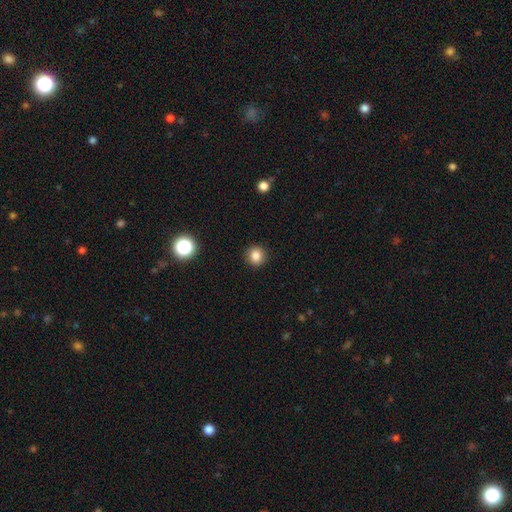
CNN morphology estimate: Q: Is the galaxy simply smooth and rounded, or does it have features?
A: smooth — 84%.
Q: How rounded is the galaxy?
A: round — 91%.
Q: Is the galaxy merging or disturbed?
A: none — 91%.